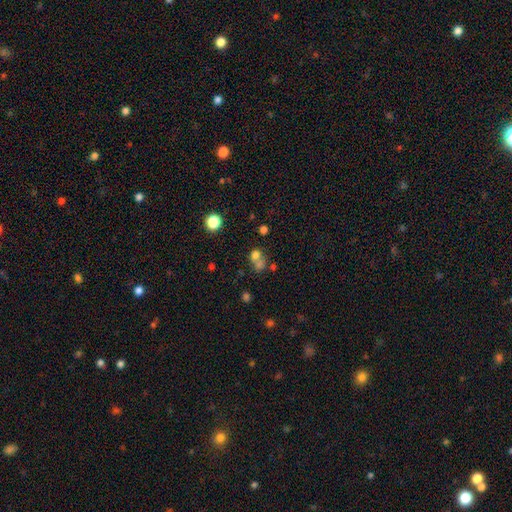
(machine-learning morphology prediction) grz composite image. It shows a smooth galaxy with no disk features (67%) that is round (65%). Merging: merger (52%).